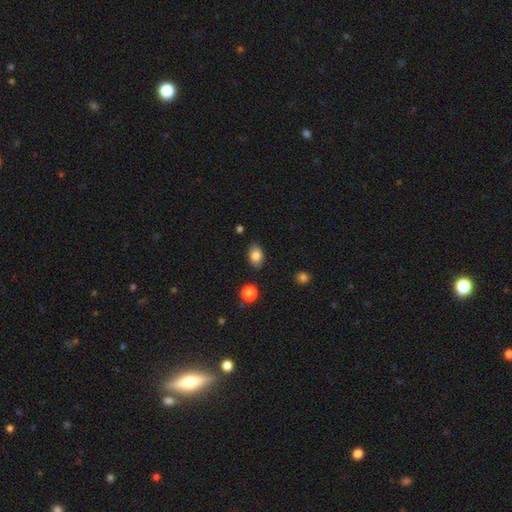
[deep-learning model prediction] The model was most divided on "how rounded": in between: 83%, round: 16%, cigar-shaped: 1%. More confident: merging — none (85%); smooth or featured — smooth (82%).